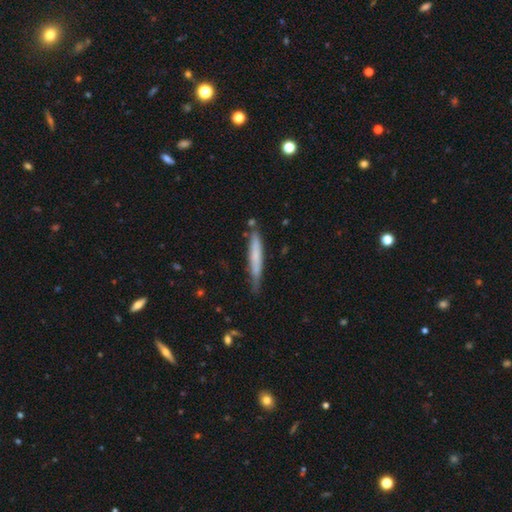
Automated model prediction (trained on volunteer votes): smooth-or-featured: smooth: 63% | featured or disk: 31% | star or artifact: 6%
  how-rounded: cigar-shaped: 95% | in between: 4% | round: 1%
  merging: none: 72% | minor disturbance: 20% | merger: 4% | major disturbance: 3%